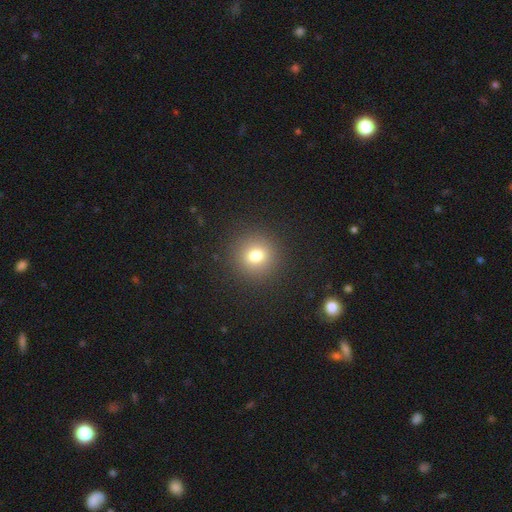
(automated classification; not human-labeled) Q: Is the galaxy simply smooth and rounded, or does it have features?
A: smooth — 76%.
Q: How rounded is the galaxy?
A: round — 91%.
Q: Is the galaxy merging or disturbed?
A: none — 90%.